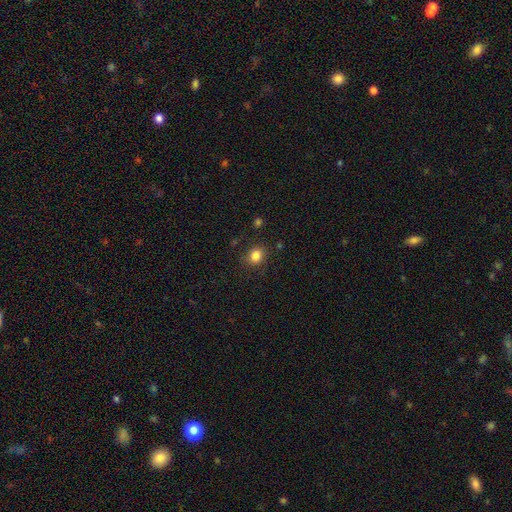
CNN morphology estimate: Overall: smooth (83%). How rounded: round (62%; in between 37%). Merging: none (84%).